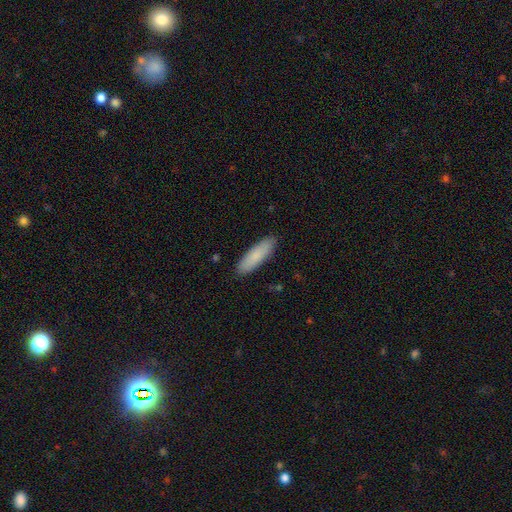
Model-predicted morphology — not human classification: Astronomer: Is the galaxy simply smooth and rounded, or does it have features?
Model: smooth — 86%.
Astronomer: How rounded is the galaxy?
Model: cigar-shaped — 59% (runner-up: in between, 40%).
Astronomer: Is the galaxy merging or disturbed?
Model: none — 89%.